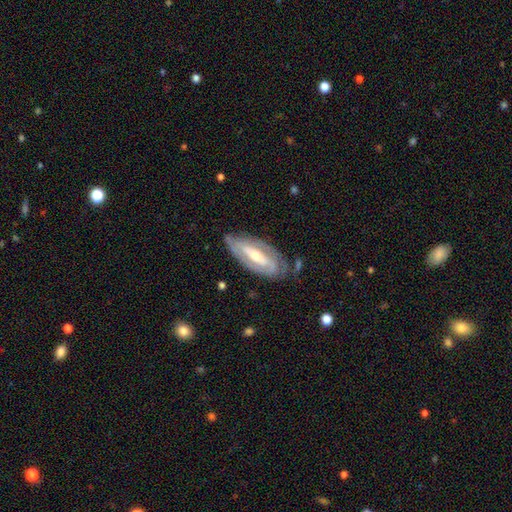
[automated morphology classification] Smooth or featured? Predicted: featured or disk (p=0.80). Edge-on disk? Predicted: no (p=0.88). Bar? Predicted: strong (p=0.44). Spiral arms? Predicted: yes (p=0.83). Spiral winding? Predicted: tight (p=0.60). Spiral arm count? Predicted: 2 (p=0.63). Bulge size? Predicted: moderate (p=0.59). Merging? Predicted: none (p=0.73).